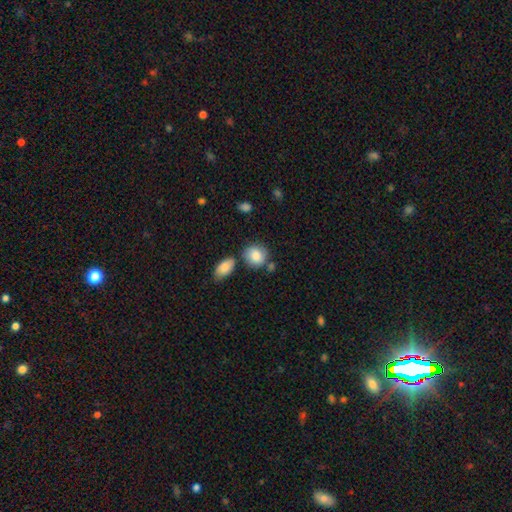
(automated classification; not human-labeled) Smooth or featured: smooth — 84% (featured or disk — 9%)
How rounded: round — 71% (in between — 27%)
Merging: none — 63% (minor disturbance — 19%)